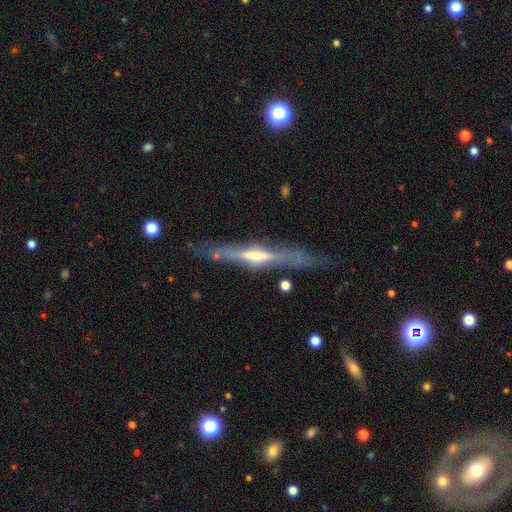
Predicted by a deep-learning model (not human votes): The model was most divided on "edge-on bulge": rounded: 59%, boxy: 21%, none: 20%. More confident: edge-on disk — yes (94%); merging — none (76%); smooth or featured — featured or disk (75%).